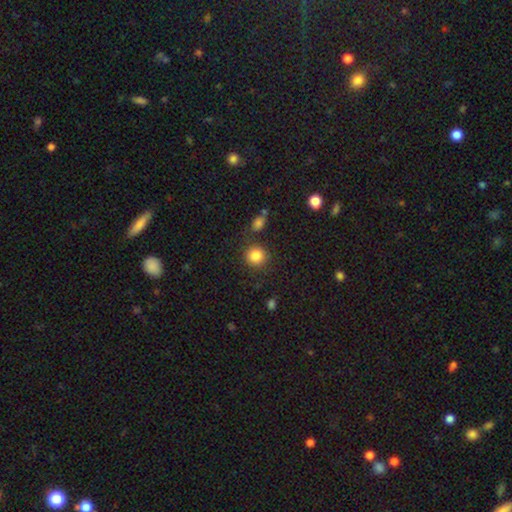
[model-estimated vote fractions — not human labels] The model was most divided on "merging": none: 82%, minor disturbance: 9%, merger: 5%, major disturbance: 4%. More confident: how rounded — round (89%); smooth or featured — smooth (85%).